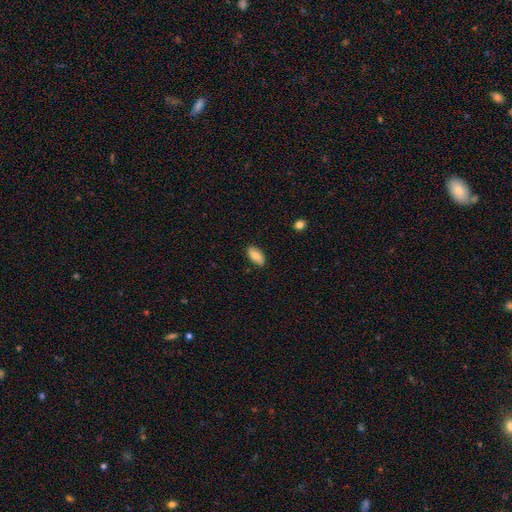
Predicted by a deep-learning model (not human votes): Smooth or featured?
  - smooth: 80% *
  - featured or disk: 14%
  - star or artifact: 7%
How rounded?
  - in between: 92% *
  - cigar-shaped: 5%
  - round: 3%
Merging?
  - none: 87% *
  - minor disturbance: 10%
  - major disturbance: 2%
  - merger: 1%